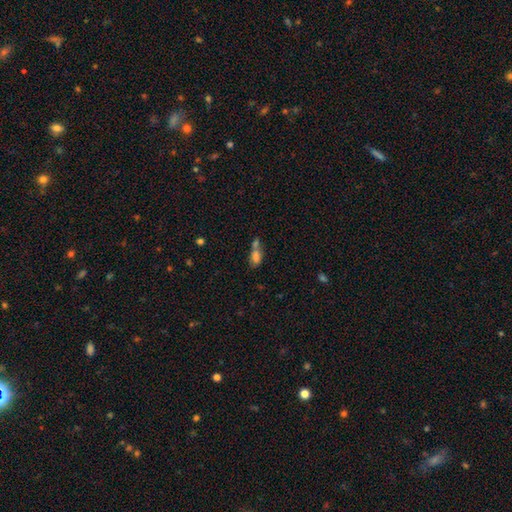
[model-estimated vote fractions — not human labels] Morphology: type=smooth (70%); roundness=in between (80%); merging=merger (53%).